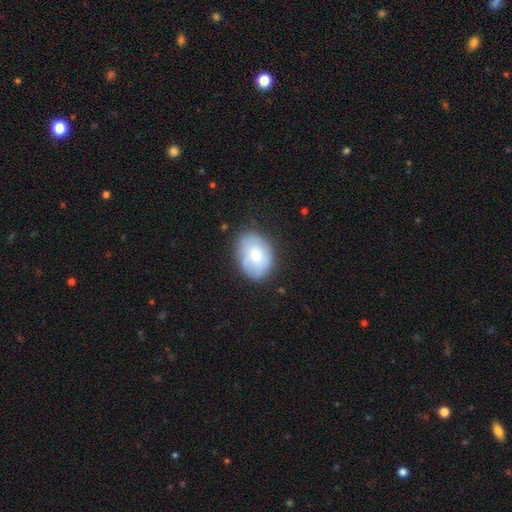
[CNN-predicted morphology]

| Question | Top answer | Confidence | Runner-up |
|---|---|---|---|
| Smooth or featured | smooth | 69% | featured or disk (24%) |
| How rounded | in between | 71% | round (28%) |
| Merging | none | 73% | minor disturbance (20%) |